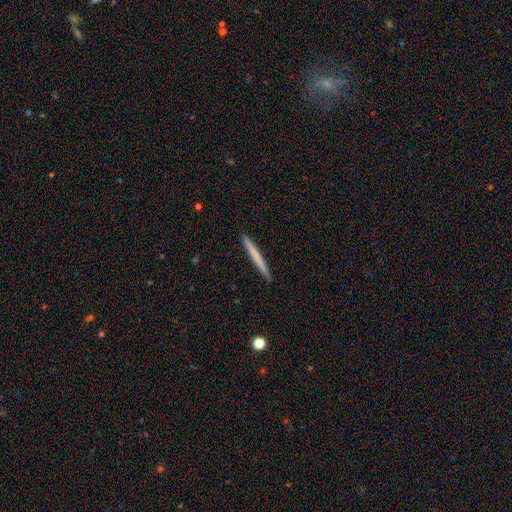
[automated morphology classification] Smooth or featured? Predicted: smooth (p=0.64). How rounded? Predicted: cigar-shaped (p=0.97). Merging? Predicted: none (p=0.93).